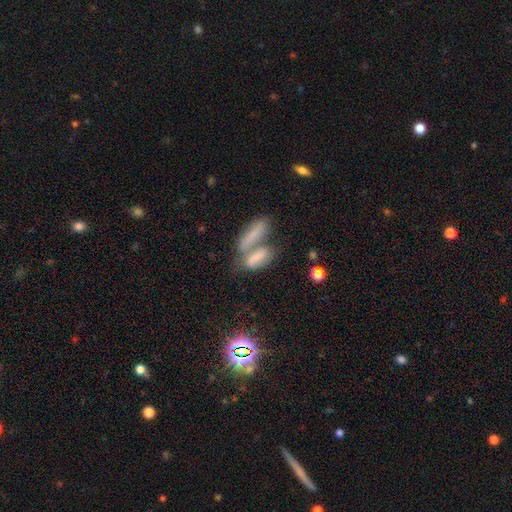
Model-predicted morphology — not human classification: Smooth or featured? smooth (70%)
How rounded? in between (63%)
Merging? merger (66%)